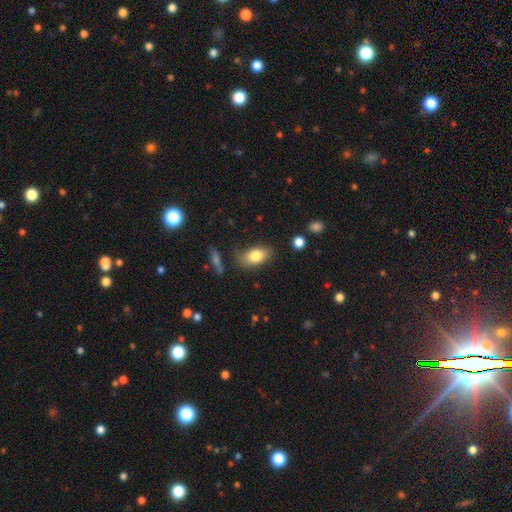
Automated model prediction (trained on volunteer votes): smooth_or_featured: smooth (p=0.81) [alt: featured or disk p=0.12]
how_rounded: in between (p=0.90) [alt: round p=0.05]
merging: none (p=0.75) [alt: minor disturbance p=0.18]